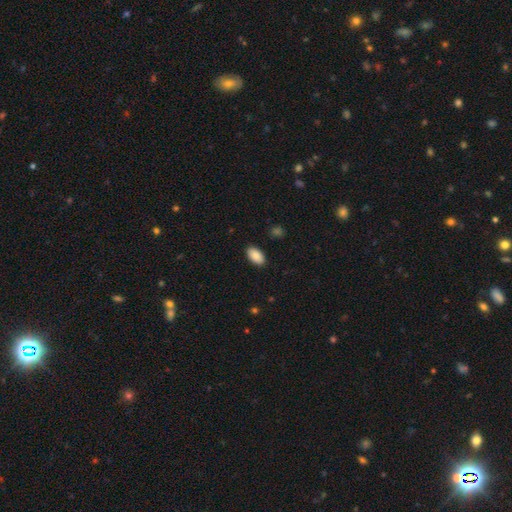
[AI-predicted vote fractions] A smooth galaxy with no disk features (89%) that is in between round and cigar-shaped (95%).

Vote fractions:
- Smooth or featured? smooth: 89% / star or artifact: 7% / featured or disk: 4%
- How rounded? in between: 95% / round: 4% / cigar-shaped: 2%
- Merging? none: 89% / minor disturbance: 8% / major disturbance: 2% / merger: 1%